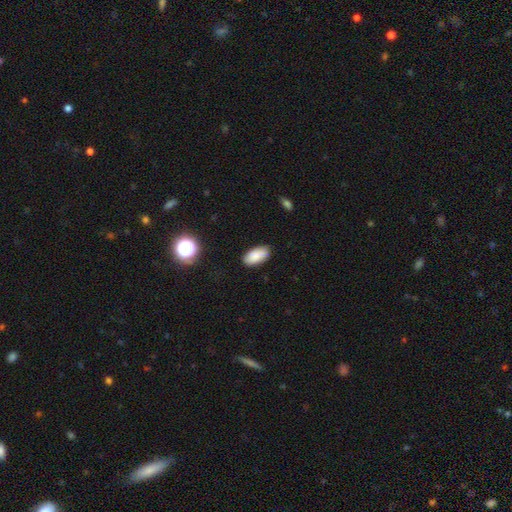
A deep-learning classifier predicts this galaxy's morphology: smooth 87%, star or artifact 8%, featured or disk 5%. Down the decision tree: how rounded — in between (93%); merging — none (86%).